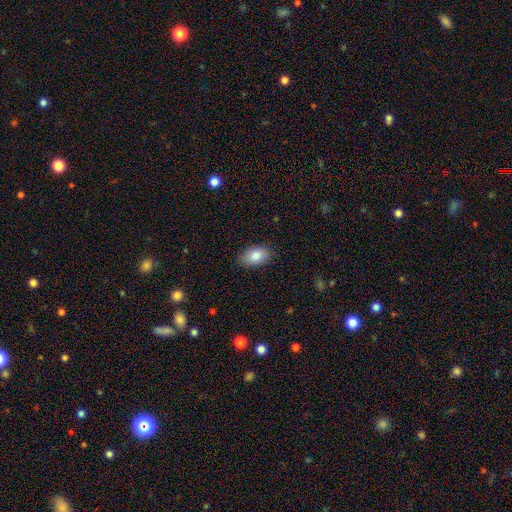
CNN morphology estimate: Smooth or featured? smooth (84%)
How rounded? in between (91%)
Merging? none (86%)